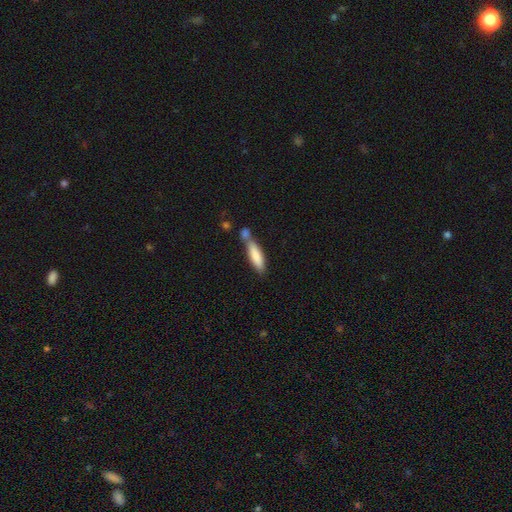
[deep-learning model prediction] Q: Smooth or featured?
A: smooth (80%); runner-up: featured or disk (14%)
Q: How rounded?
A: cigar-shaped (67%); runner-up: in between (31%)
Q: Merging?
A: none (46%); runner-up: merger (33%)